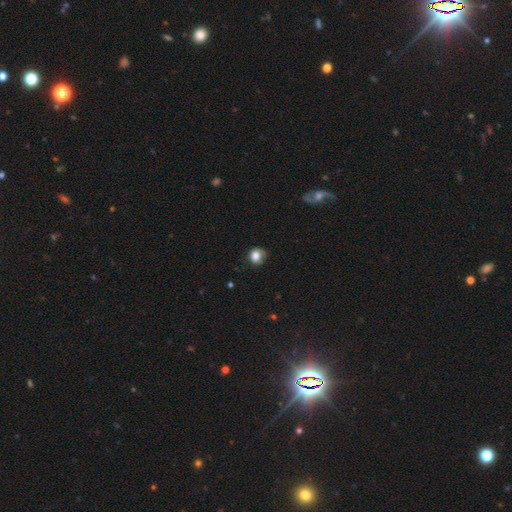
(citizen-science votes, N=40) Smooth or featured? smooth (78%)
How rounded? round (97%)
Merging? none (63%)